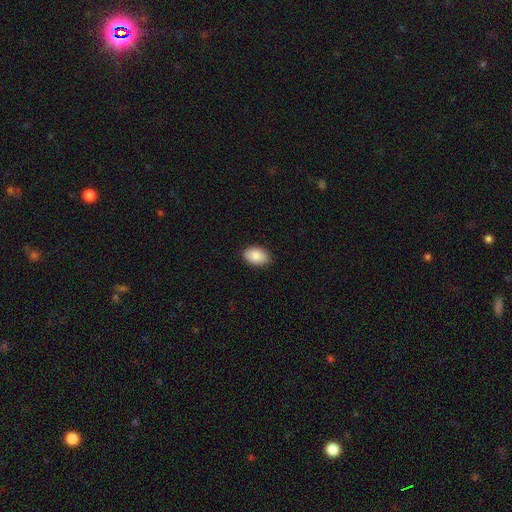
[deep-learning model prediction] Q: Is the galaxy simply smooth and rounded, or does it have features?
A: smooth — 88%.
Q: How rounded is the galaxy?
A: in between — 89%.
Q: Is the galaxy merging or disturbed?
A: none — 86%.